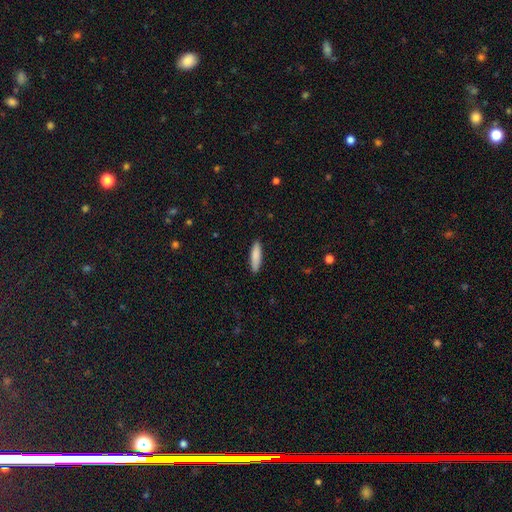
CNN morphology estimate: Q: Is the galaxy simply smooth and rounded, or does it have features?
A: smooth — 86%.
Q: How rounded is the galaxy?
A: cigar-shaped — 70%.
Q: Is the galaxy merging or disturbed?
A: none — 89%.